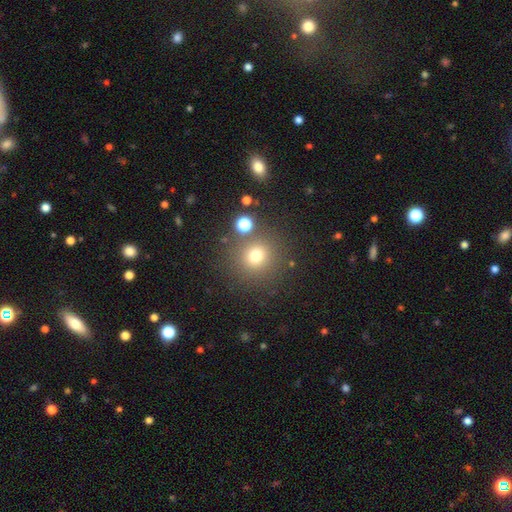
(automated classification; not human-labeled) Q: Smooth or featured?
A: smooth (73%); runner-up: star or artifact (18%)
Q: How rounded?
A: round (91%); runner-up: in between (8%)
Q: Merging?
A: none (82%); runner-up: minor disturbance (8%)